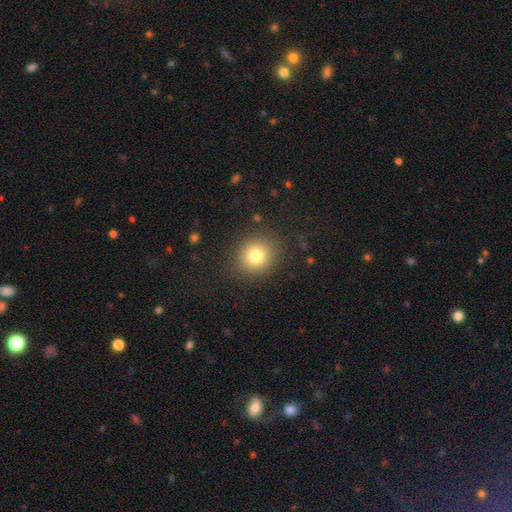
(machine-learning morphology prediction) Smooth or featured?
  - smooth: 78% *
  - star or artifact: 13%
  - featured or disk: 9%
How rounded?
  - round: 82% *
  - in between: 17%
  - cigar-shaped: 1%
Merging?
  - none: 87% *
  - minor disturbance: 8%
  - major disturbance: 4%
  - merger: 1%